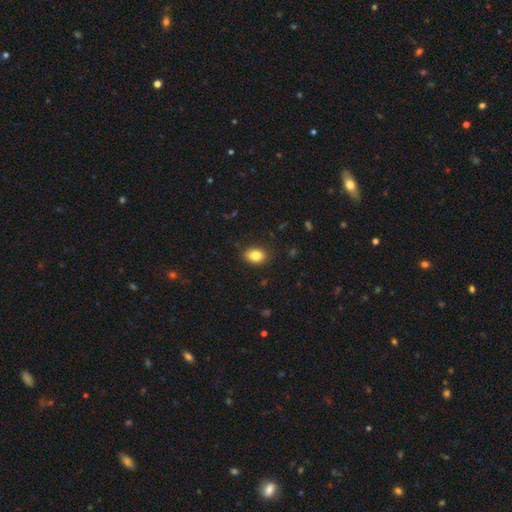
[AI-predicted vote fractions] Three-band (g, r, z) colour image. It shows a smooth galaxy with no disk features (83%) that is in between round and cigar-shaped (79%). Merging: none (86%).